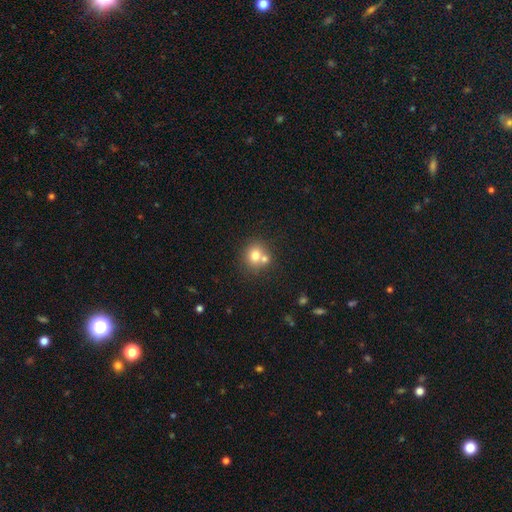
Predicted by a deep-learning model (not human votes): Morphology: type=smooth (74%); roundness=round (81%); merging=none (50%).